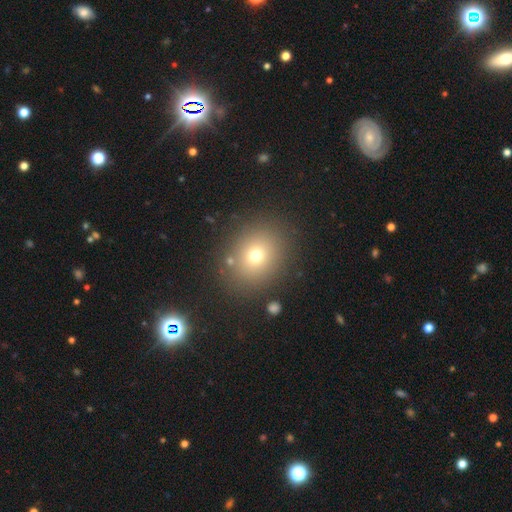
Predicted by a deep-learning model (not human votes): Smooth or featured? smooth (70%)
How rounded? round (64%)
Merging? none (84%)